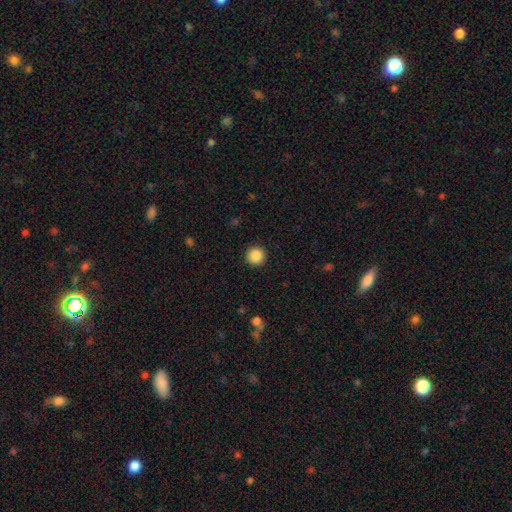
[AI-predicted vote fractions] Q: Smooth or featured?
A: smooth (88%); runner-up: star or artifact (9%)
Q: How rounded?
A: round (96%); runner-up: in between (3%)
Q: Merging?
A: none (92%); runner-up: minor disturbance (5%)